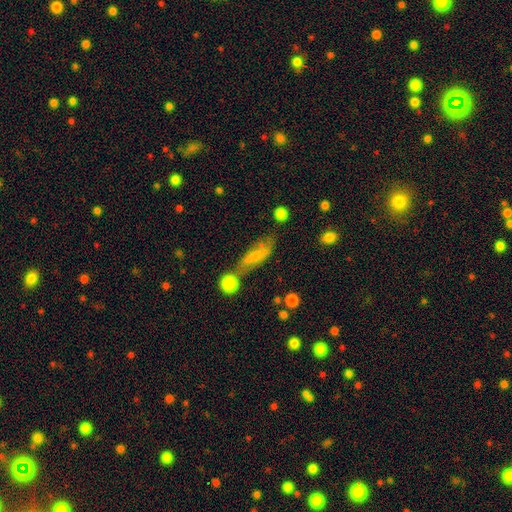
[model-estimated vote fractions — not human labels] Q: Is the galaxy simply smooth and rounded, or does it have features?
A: smooth — 58%.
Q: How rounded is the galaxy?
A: in between — 48%.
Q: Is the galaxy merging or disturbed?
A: none — 48%.